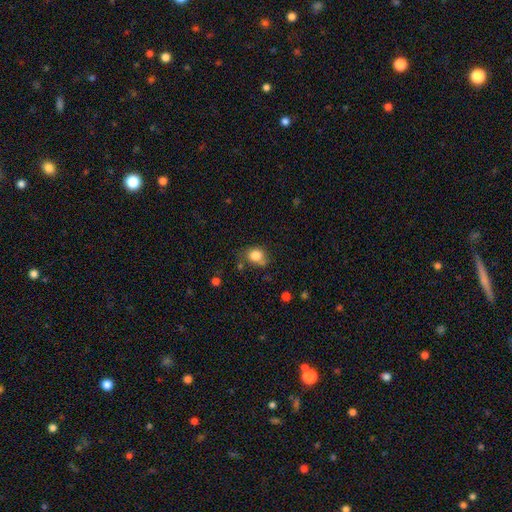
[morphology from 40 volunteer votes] Q: Smooth or featured?
A: smooth (90%); runner-up: featured or disk (5%)
Q: How rounded?
A: round (64%); runner-up: in between (33%)
Q: Merging?
A: none (47%); runner-up: minor disturbance (29%)